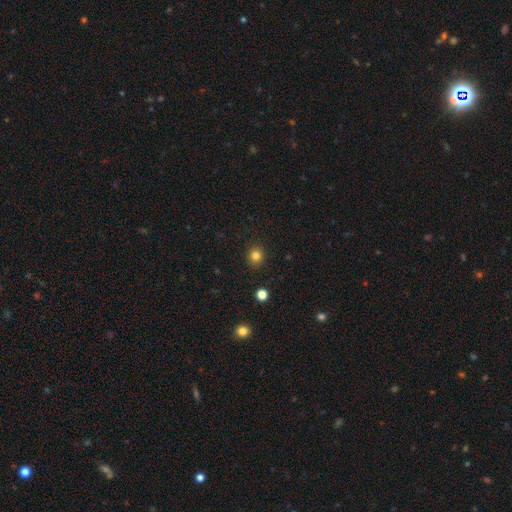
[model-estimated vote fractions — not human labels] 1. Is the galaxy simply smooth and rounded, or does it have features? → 82% smooth, 13% star or artifact, 5% featured or disk.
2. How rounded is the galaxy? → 86% round, 13% in between, 1% cigar-shaped.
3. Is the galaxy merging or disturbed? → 91% none, 6% minor disturbance, 2% major disturbance, 1% merger.